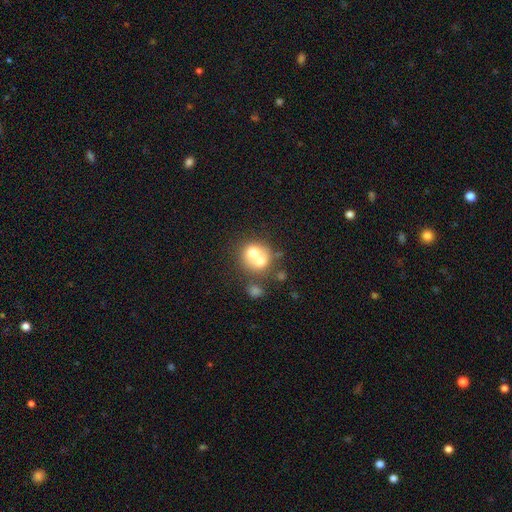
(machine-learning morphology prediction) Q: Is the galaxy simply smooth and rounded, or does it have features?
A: smooth — 63%.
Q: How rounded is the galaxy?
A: round — 79%.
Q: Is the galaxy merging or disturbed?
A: merger — 62%.